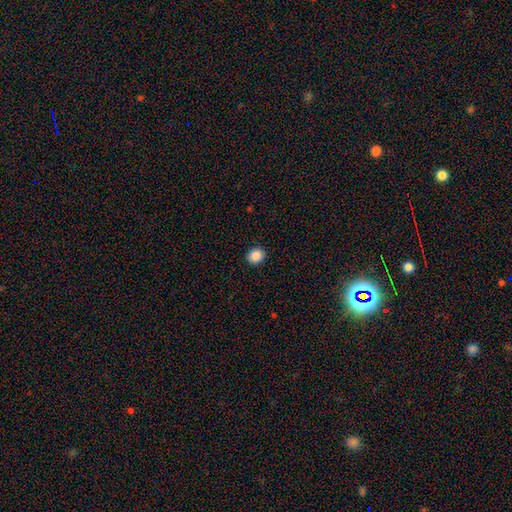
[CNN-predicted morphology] This appears to be a smooth galaxy with no disk features (88%) that is round (67%). Merging: none (91%).